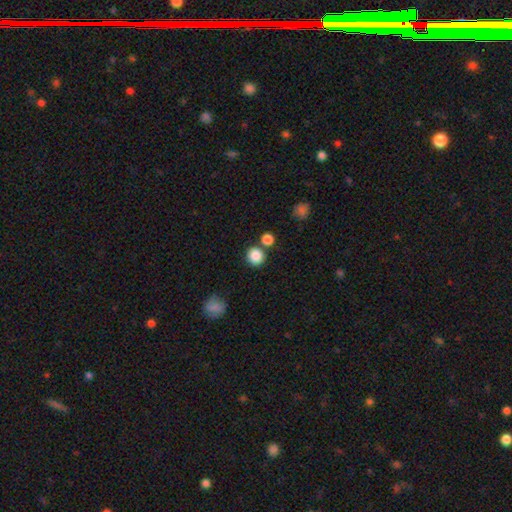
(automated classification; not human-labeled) A smooth galaxy with no disk features (86%) that is round (90%).

Vote fractions:
- Smooth or featured? smooth: 86% / star or artifact: 10% / featured or disk: 4%
- How rounded? round: 90% / in between: 9% / cigar-shaped: 1%
- Merging? none: 73% / merger: 15% / minor disturbance: 8% / major disturbance: 3%